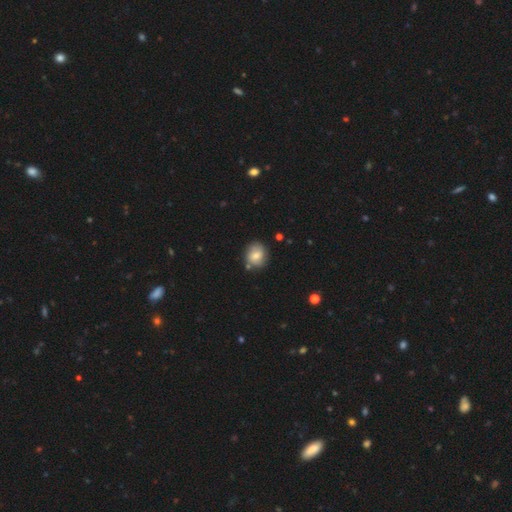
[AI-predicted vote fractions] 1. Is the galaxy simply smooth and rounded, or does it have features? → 69% smooth, 22% featured or disk, 9% star or artifact.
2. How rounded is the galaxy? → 73% round, 26% in between, 1% cigar-shaped.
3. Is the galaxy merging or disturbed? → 74% none, 17% minor disturbance, 6% merger, 4% major disturbance.